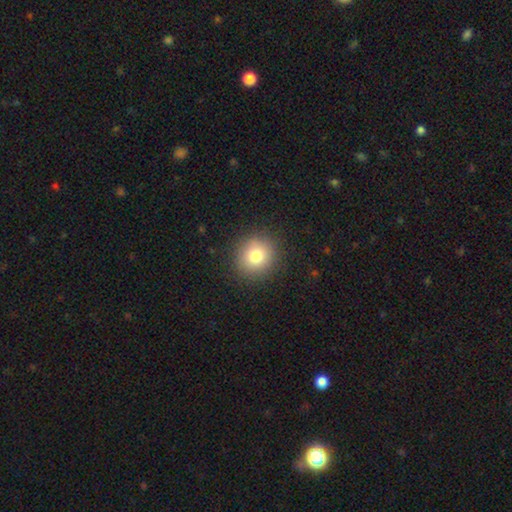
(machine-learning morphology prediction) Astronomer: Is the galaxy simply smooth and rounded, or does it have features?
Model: smooth — 80%.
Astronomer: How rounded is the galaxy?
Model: round — 88%.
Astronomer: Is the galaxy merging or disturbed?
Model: none — 89%.